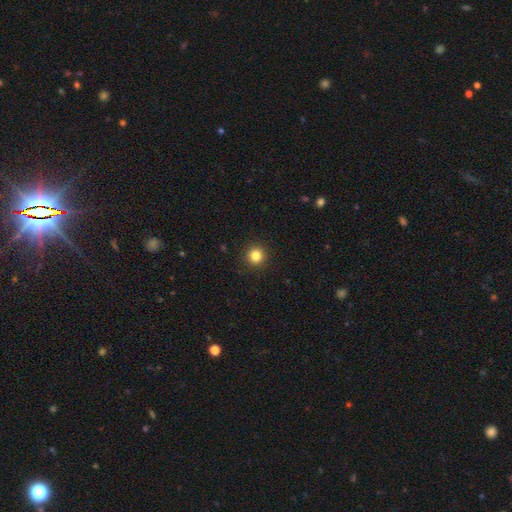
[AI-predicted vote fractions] Overall: smooth (82%). How rounded: round (95%). Merging: none (93%).